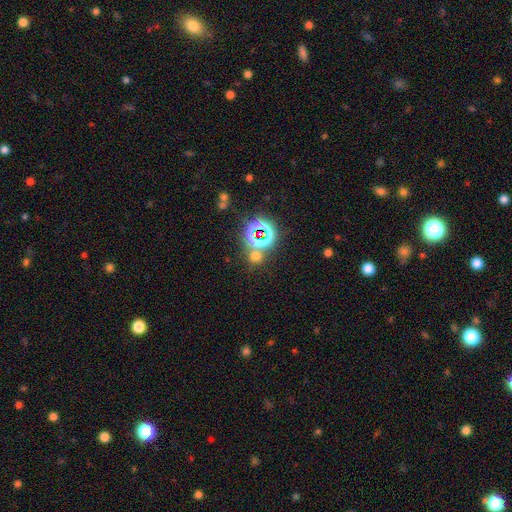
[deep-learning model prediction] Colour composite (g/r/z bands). It shows a smooth galaxy with no disk features (47%). Merging: none (68%).